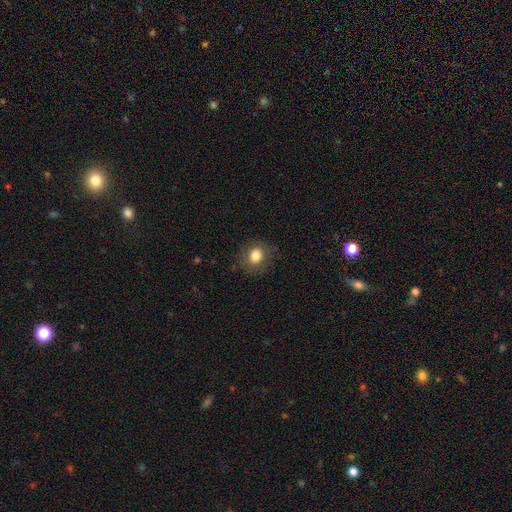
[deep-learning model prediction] Smooth or featured? Predicted: smooth (p=0.81). How rounded? Predicted: round (p=0.76). Merging? Predicted: none (p=0.83).